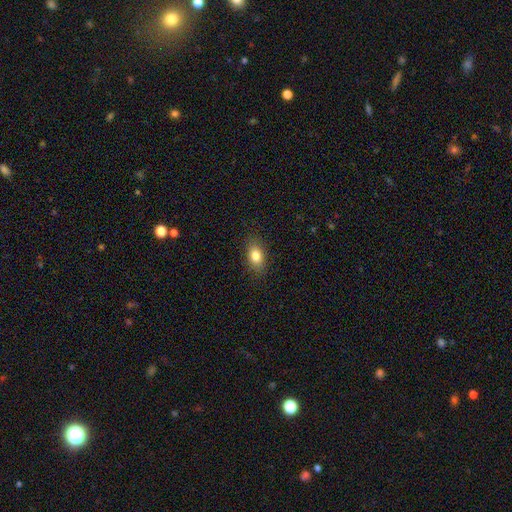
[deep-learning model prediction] Morphology: type=smooth (82%); roundness=in between (84%); merging=none (86%).